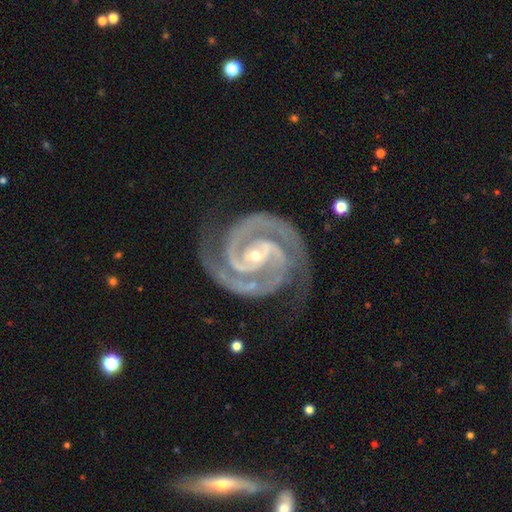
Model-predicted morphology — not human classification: type=featured or disk (94%); edge-on=no (98%); bar=strong (36%); spiral arms=yes (99%); winding=tight (70%); arm count=2 (90%); bulge=small (74%); merging=none (78%).